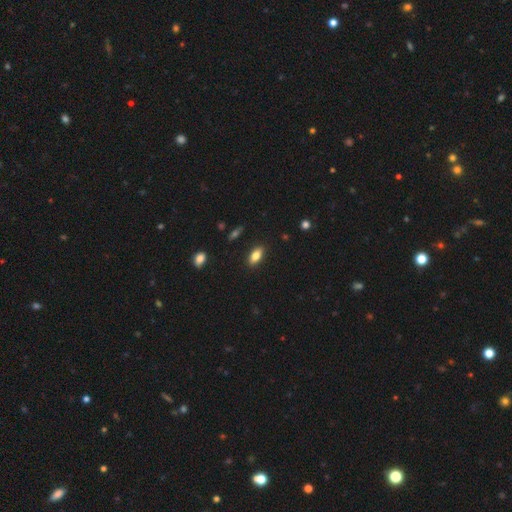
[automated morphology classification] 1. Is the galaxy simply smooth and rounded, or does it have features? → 81% smooth, 11% featured or disk, 8% star or artifact.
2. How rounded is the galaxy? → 87% in between, 10% cigar-shaped, 4% round.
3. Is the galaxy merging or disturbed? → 88% none, 9% minor disturbance, 2% major disturbance, 1% merger.